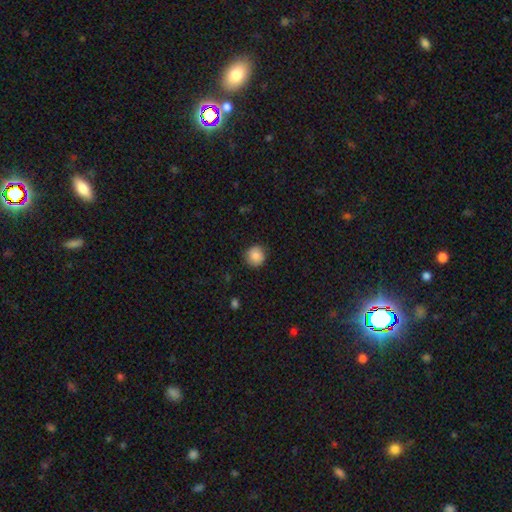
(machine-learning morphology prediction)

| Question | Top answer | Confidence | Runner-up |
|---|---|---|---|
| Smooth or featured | smooth | 85% | star or artifact (8%) |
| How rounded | round | 92% | in between (7%) |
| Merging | none | 86% | minor disturbance (10%) |